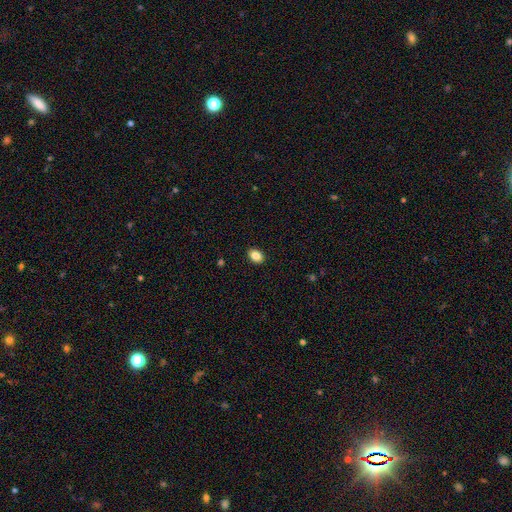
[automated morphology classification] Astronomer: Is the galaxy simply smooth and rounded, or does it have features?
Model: smooth — 86%.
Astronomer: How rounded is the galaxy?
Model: in between — 75%.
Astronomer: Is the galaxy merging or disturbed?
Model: none — 90%.